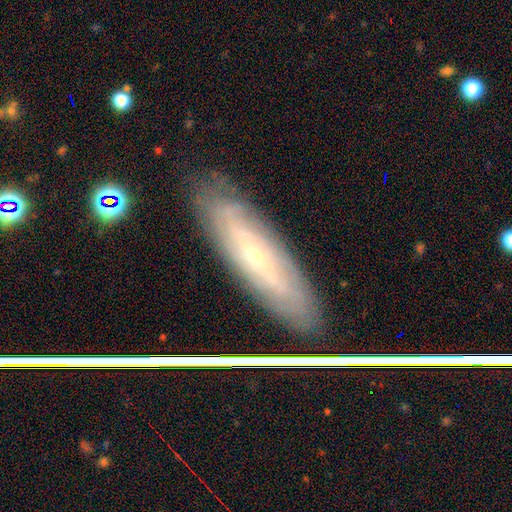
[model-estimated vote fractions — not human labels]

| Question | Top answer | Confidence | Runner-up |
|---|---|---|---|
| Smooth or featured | featured or disk | 68% | smooth (22%) |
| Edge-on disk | no | 61% | yes (39%) |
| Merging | none | 82% | minor disturbance (13%) |